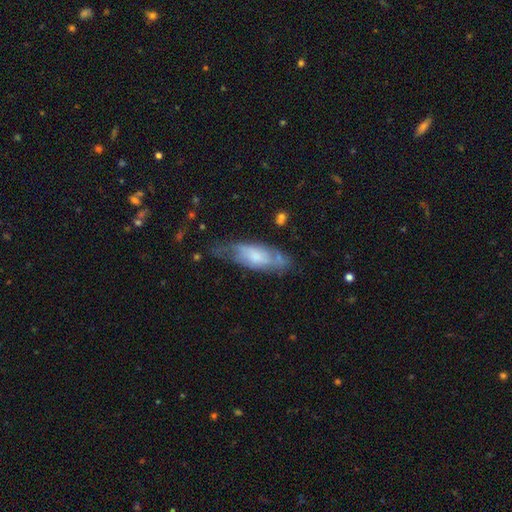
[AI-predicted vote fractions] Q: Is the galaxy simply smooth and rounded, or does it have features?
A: featured or disk — 48%.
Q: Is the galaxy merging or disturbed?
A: none — 51%.